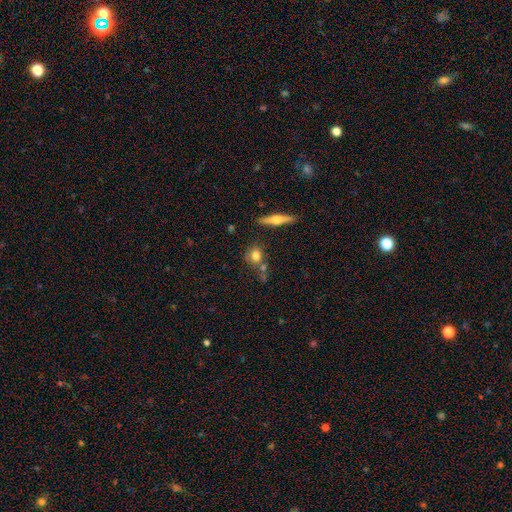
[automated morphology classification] A smooth galaxy with no disk features (71%) that is round (65%).

Vote fractions:
- Smooth or featured? smooth: 71% / featured or disk: 19% / star or artifact: 10%
- How rounded? round: 65% / in between: 29% / cigar-shaped: 6%
- Merging? none: 62% / merger: 18% / minor disturbance: 15% / major disturbance: 5%